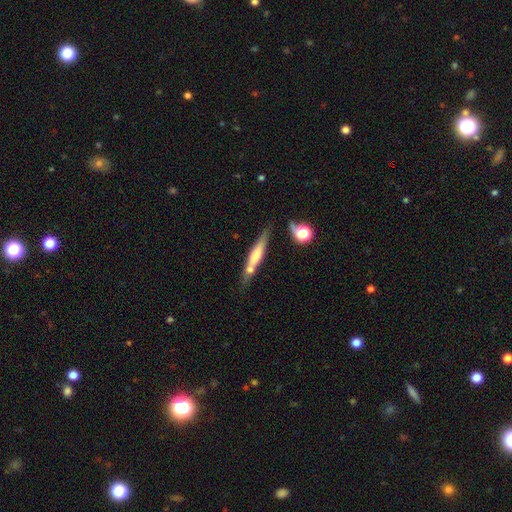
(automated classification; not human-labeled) Smooth or featured?
  - featured or disk: 47% *
  - smooth: 46%
  - star or artifact: 7%
Merging?
  - none: 64% *
  - minor disturbance: 16%
  - merger: 15%
  - major disturbance: 5%